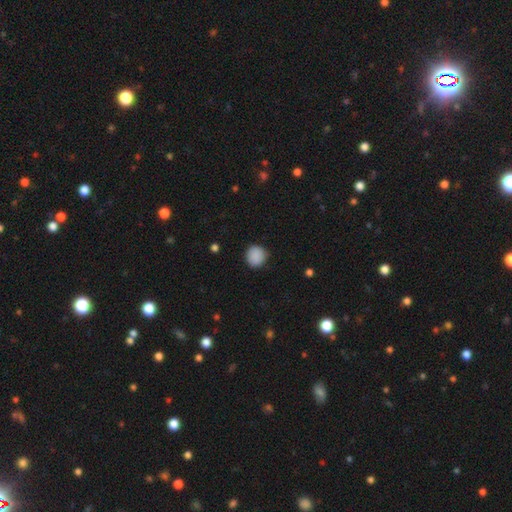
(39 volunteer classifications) Volunteers were most divided on "merging": none: 75%, minor disturbance: 19%, major disturbance: 6%, merger: 0%. More confident: how rounded — round (97%); smooth or featured — smooth (87%).